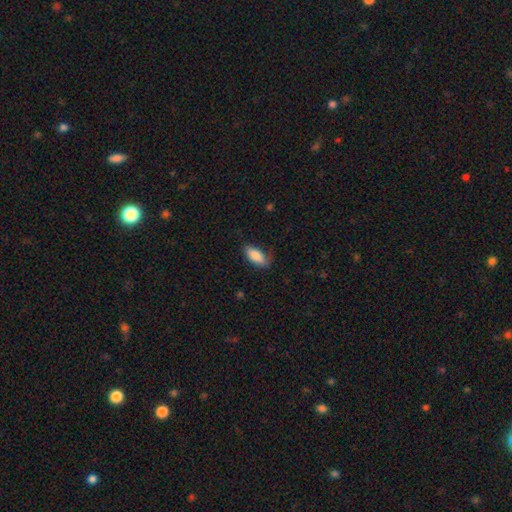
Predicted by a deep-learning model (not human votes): Overall: smooth (86%). How rounded: in between (86%). Merging: none (71%).